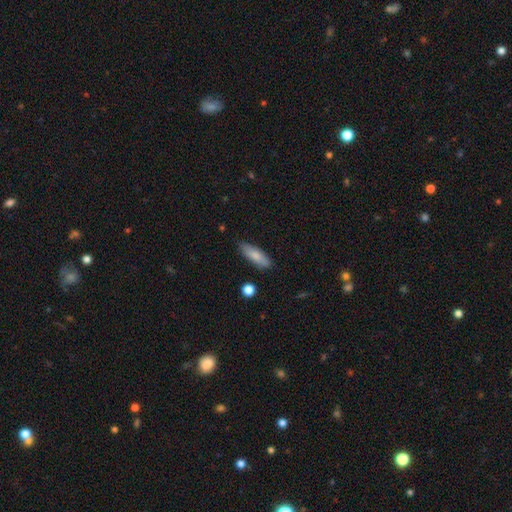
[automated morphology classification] This appears to be a smooth galaxy with no disk features (81%) that is in between round and cigar-shaped (57%). Merging: none (81%).